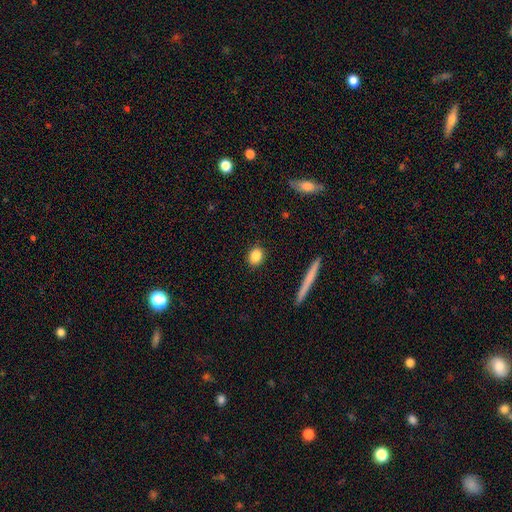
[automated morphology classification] smooth-or-featured: smooth: 85% | star or artifact: 8% | featured or disk: 6%
  how-rounded: round: 58% | in between: 38% | cigar-shaped: 4%
  merging: none: 89% | minor disturbance: 8% | major disturbance: 2% | merger: 1%